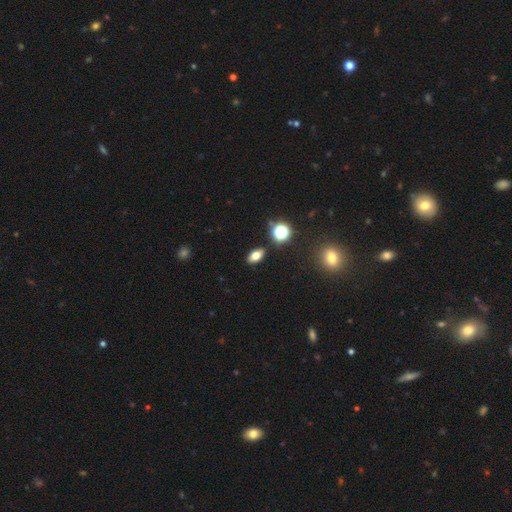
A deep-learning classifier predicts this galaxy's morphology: smooth 68%, star or artifact 16%, featured or disk 16%. Down the decision tree: how rounded — in between (82%); merging — none (88%).